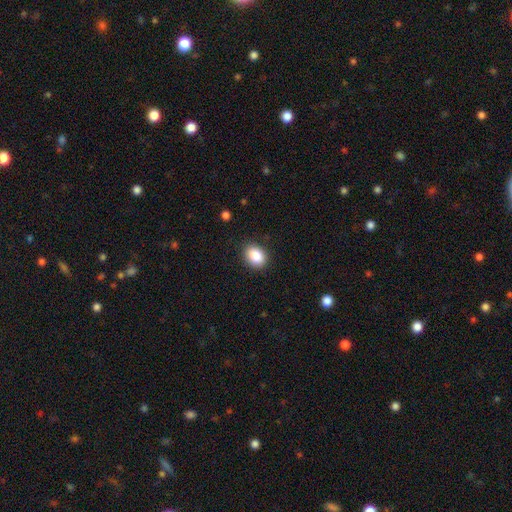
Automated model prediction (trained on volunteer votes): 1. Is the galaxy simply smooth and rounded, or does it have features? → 88% smooth, 8% star or artifact, 4% featured or disk.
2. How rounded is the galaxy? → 65% in between, 34% round, 1% cigar-shaped.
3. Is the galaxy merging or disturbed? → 87% none, 9% minor disturbance, 3% major disturbance, 1% merger.